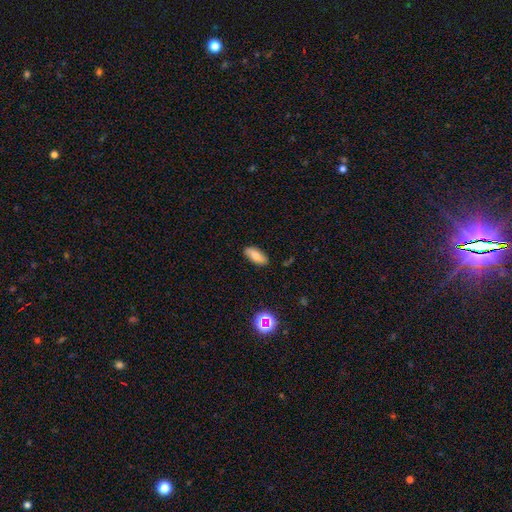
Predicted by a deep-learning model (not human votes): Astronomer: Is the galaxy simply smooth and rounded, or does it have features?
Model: smooth — 77%.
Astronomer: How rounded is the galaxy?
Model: in between — 79%.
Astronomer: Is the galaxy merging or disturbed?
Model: none — 84%.